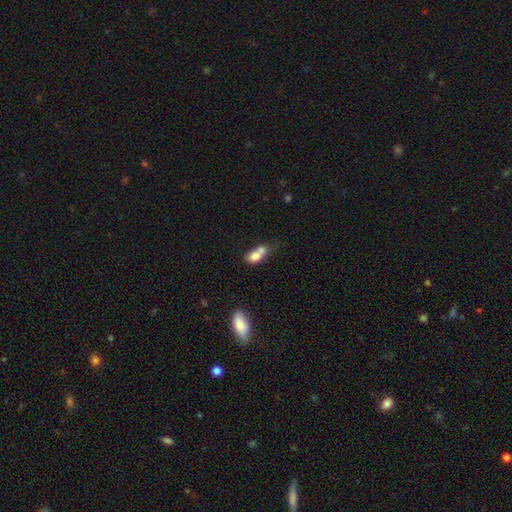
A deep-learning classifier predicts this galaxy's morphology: Smooth or featured? Predicted: smooth (p=0.74). How rounded? Predicted: in between (p=0.71). Merging? Predicted: merger (p=0.65).